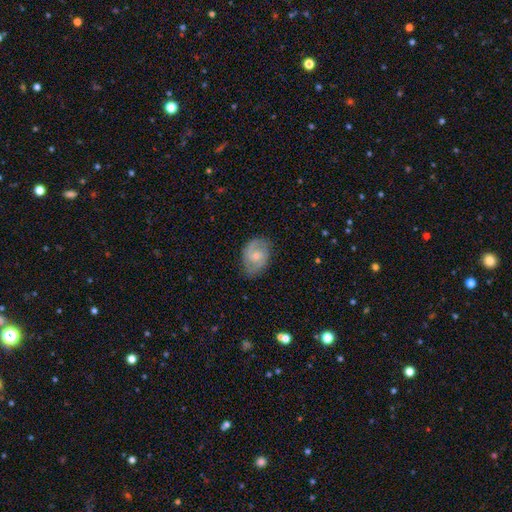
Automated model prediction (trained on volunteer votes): This appears to be a featured or disk galaxy (69%) with no bar (56%), 2 (79%) medium (48%) spiral arms (90%) and a small central bulge (49%). Merging: none (72%).